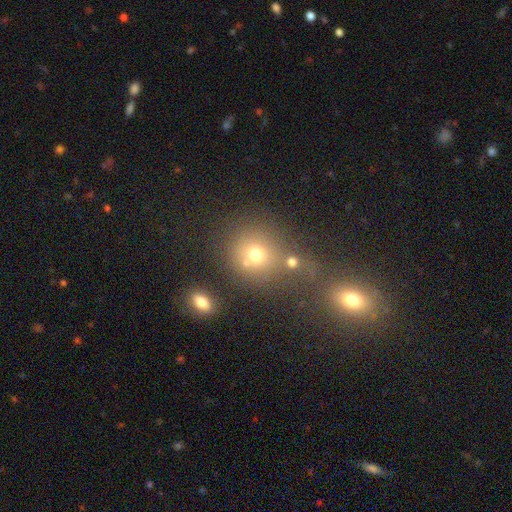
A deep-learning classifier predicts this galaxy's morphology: This is likely a smooth galaxy (68%). How rounded: clearly round (82%). Merging: possibly none (56%).